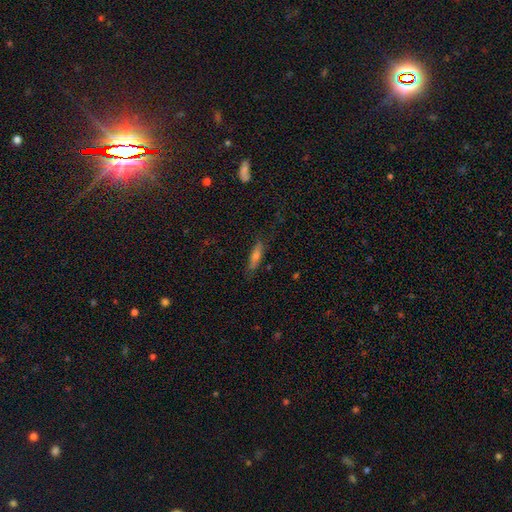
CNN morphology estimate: type=smooth (52%); roundness=cigar-shaped (71%); merging=none (78%).